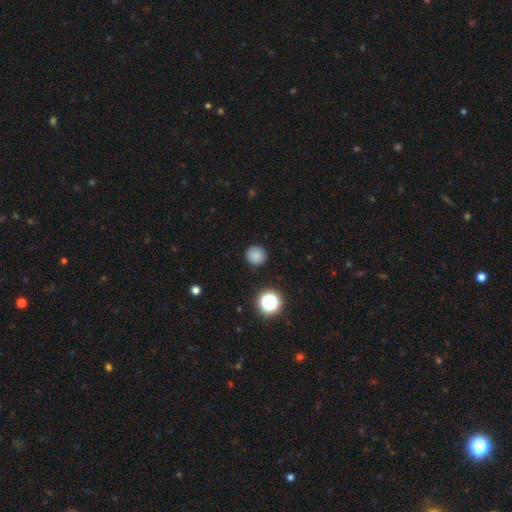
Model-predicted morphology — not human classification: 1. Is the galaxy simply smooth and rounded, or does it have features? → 81% smooth, 14% star or artifact, 5% featured or disk.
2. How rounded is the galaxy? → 94% round, 5% in between, 1% cigar-shaped.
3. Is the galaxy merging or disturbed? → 90% none, 7% minor disturbance, 2% major disturbance, 1% merger.